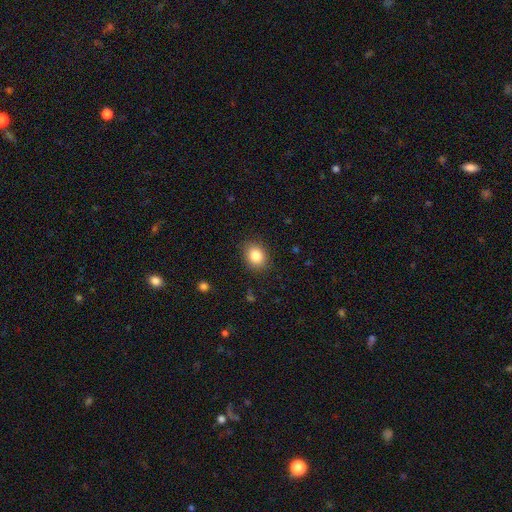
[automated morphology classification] type=smooth (85%); roundness=round (54%); merging=none (86%).